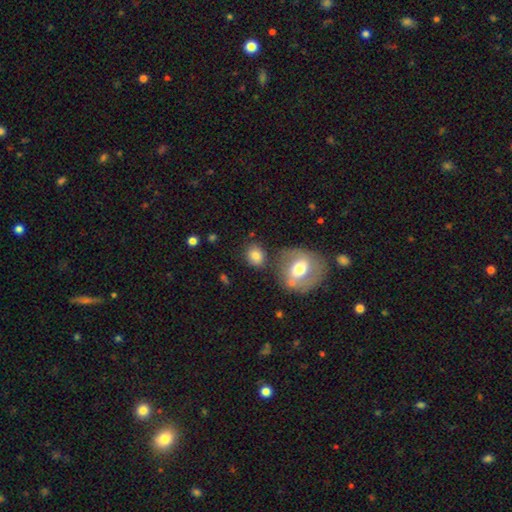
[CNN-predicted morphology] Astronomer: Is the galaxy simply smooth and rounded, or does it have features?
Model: smooth — 80%.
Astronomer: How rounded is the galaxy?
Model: round — 57% (runner-up: in between, 42%).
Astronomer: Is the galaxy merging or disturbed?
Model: none — 72%.